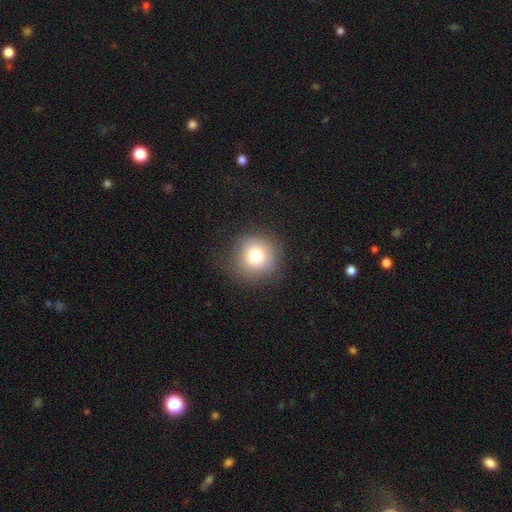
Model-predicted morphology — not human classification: This appears to be a smooth galaxy with no disk features (79%) that is round (92%). Merging: none (79%).